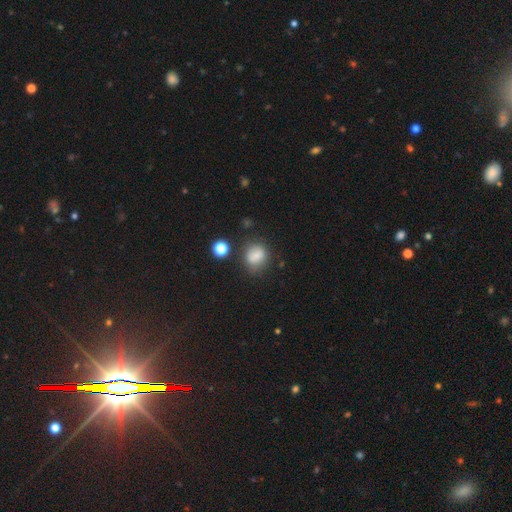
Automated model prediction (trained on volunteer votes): Q: Smooth or featured?
A: smooth (78%); runner-up: star or artifact (12%)
Q: How rounded?
A: round (62%); runner-up: in between (37%)
Q: Merging?
A: none (65%); runner-up: minor disturbance (21%)